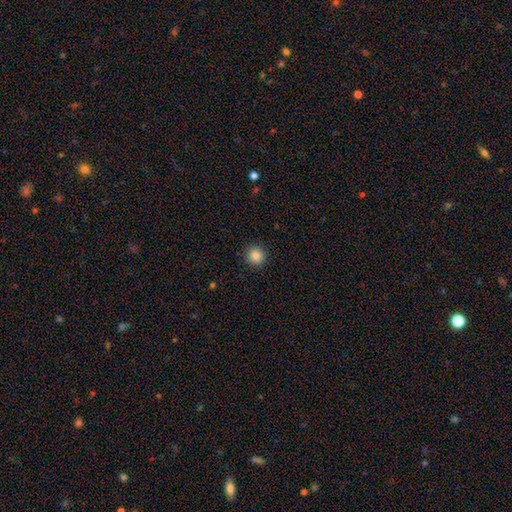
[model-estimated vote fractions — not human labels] Morphology: type=smooth (85%); roundness=round (94%); merging=none (92%).